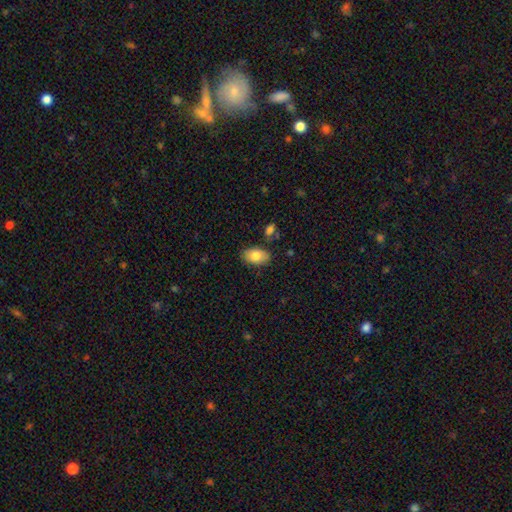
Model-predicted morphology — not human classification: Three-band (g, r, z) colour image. It shows a smooth galaxy with no disk features (81%) that is in between round and cigar-shaped (91%). Merging: none (81%).